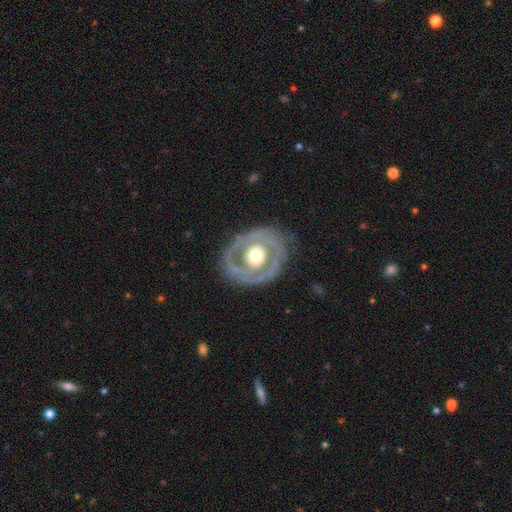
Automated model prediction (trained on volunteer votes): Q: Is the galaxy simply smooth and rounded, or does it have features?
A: featured or disk — 67%.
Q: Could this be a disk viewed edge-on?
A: no — 93%.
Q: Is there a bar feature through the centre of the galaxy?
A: no — 81%.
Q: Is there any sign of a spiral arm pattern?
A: no — 75%.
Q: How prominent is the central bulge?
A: moderate — 58%.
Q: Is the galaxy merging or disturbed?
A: none — 79%.